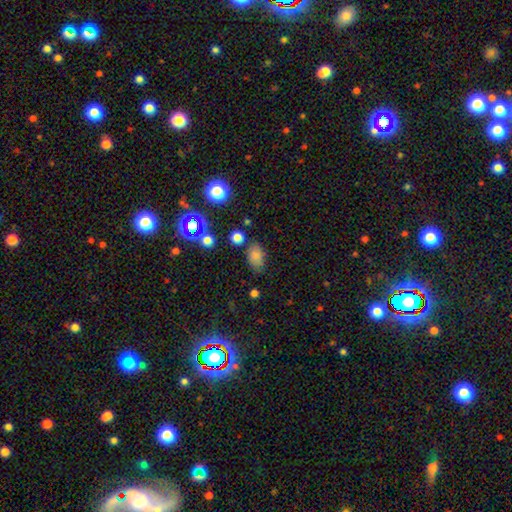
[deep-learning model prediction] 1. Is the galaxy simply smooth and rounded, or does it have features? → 78% smooth, 15% star or artifact, 7% featured or disk.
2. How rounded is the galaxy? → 84% in between, 15% round, 2% cigar-shaped.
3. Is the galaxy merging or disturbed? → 72% none, 19% minor disturbance, 5% major disturbance, 4% merger.